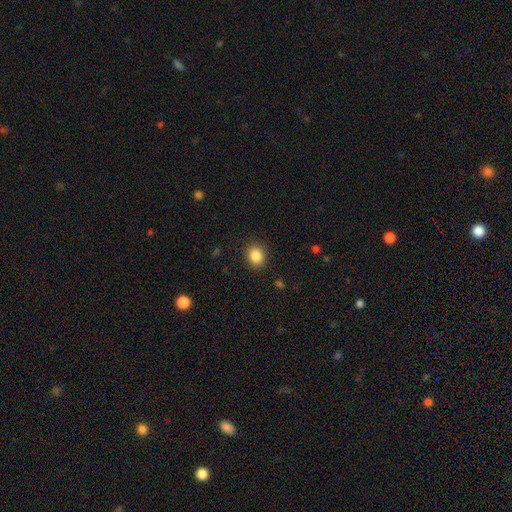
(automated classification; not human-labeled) Smooth or featured? Predicted: smooth (p=0.86). How rounded? Predicted: round (p=0.65). Merging? Predicted: none (p=0.88).